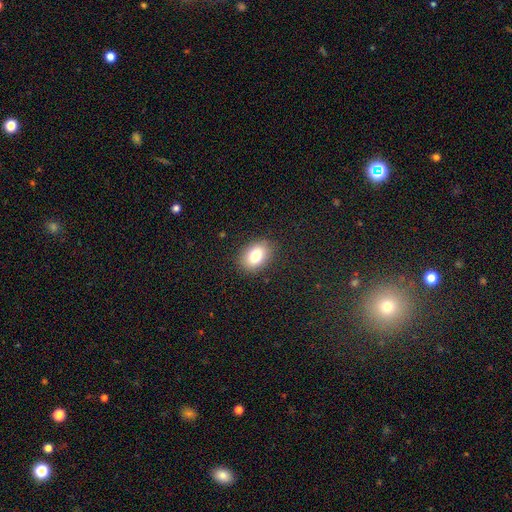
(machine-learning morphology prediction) Smooth or featured?
  - smooth: 81% *
  - featured or disk: 10%
  - star or artifact: 9%
How rounded?
  - in between: 80% *
  - round: 19%
  - cigar-shaped: 1%
Merging?
  - none: 87% *
  - minor disturbance: 9%
  - major disturbance: 3%
  - merger: 1%